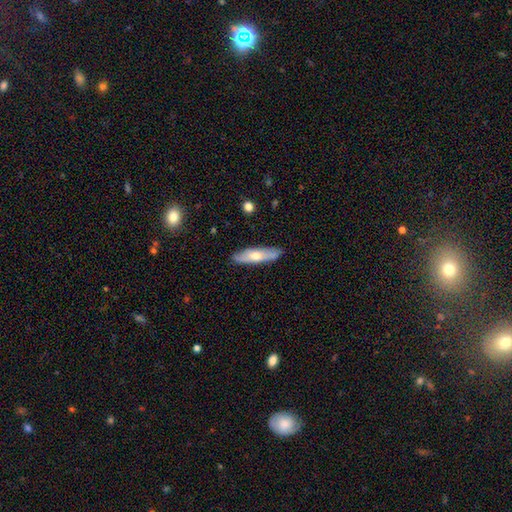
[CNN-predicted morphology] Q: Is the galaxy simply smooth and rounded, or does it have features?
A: smooth — 54%.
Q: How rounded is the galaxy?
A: cigar-shaped — 68%.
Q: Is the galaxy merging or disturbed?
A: none — 86%.